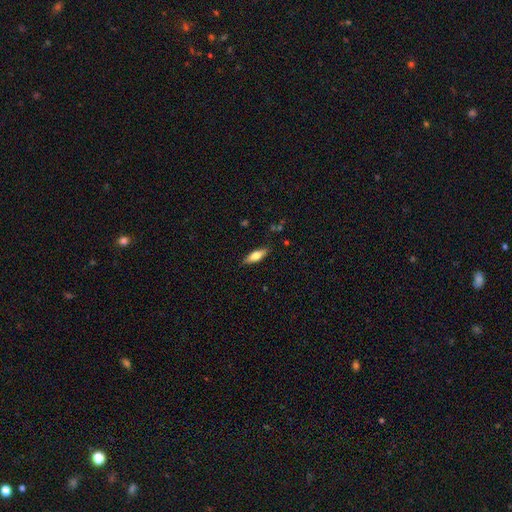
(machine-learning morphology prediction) Smooth or featured?
  - smooth: 67% *
  - featured or disk: 27%
  - star or artifact: 6%
How rounded?
  - in between: 61% *
  - cigar-shaped: 37%
  - round: 2%
Merging?
  - none: 86% *
  - minor disturbance: 11%
  - major disturbance: 2%
  - merger: 1%